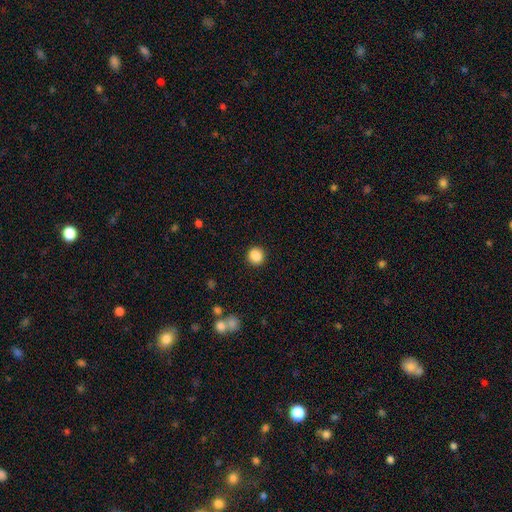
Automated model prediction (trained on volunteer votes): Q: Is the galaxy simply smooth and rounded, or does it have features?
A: smooth — 87%.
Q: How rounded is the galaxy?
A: round — 86%.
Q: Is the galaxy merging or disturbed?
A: none — 89%.